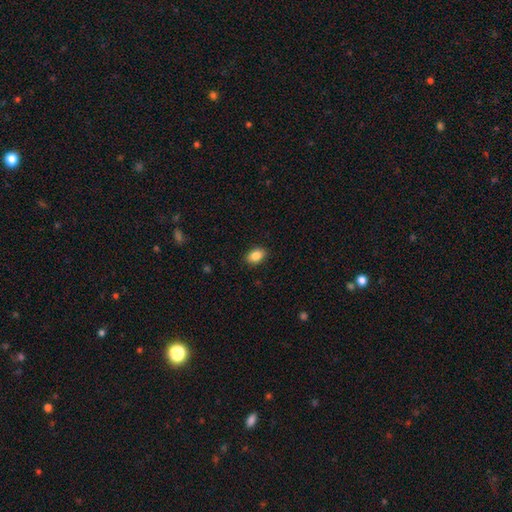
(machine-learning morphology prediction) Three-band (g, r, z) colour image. It shows a smooth galaxy with no disk features (87%) that is in between round and cigar-shaped (81%). Merging: none (88%).